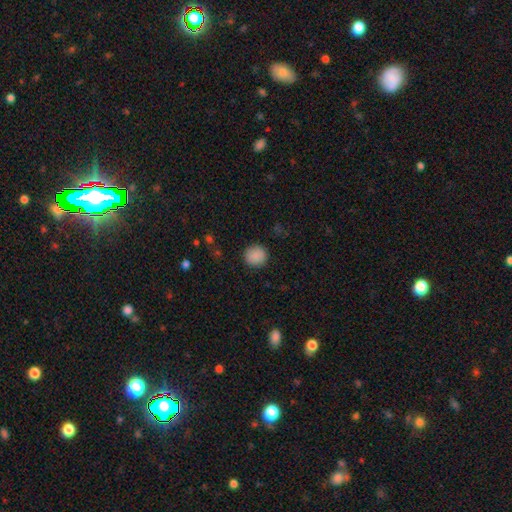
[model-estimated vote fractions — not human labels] Smooth or featured: smooth — 88% (star or artifact — 8%)
How rounded: round — 91% (in between — 8%)
Merging: none — 90% (minor disturbance — 6%)